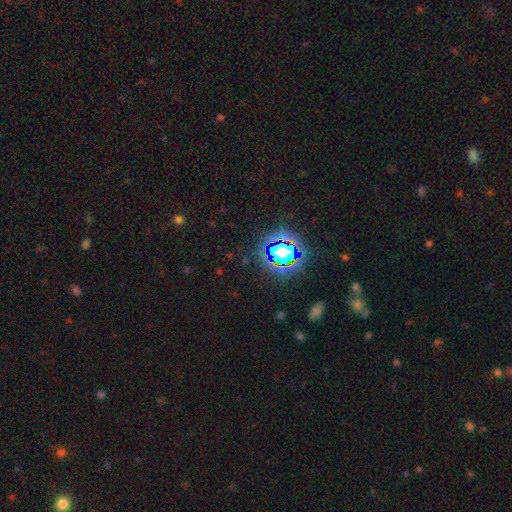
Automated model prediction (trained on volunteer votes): Smooth or featured?
  - star or artifact: 77% *
  - smooth: 16%
  - featured or disk: 8%